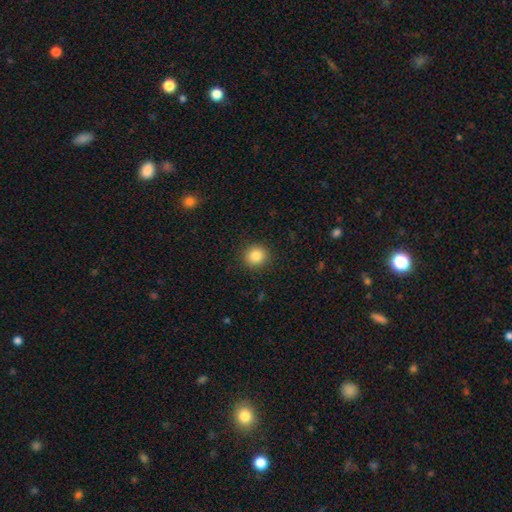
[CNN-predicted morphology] Smooth or featured?
  - smooth: 85% *
  - star or artifact: 10%
  - featured or disk: 5%
How rounded?
  - round: 90% *
  - in between: 9%
  - cigar-shaped: 1%
Merging?
  - none: 90% *
  - minor disturbance: 6%
  - major disturbance: 2%
  - merger: 1%